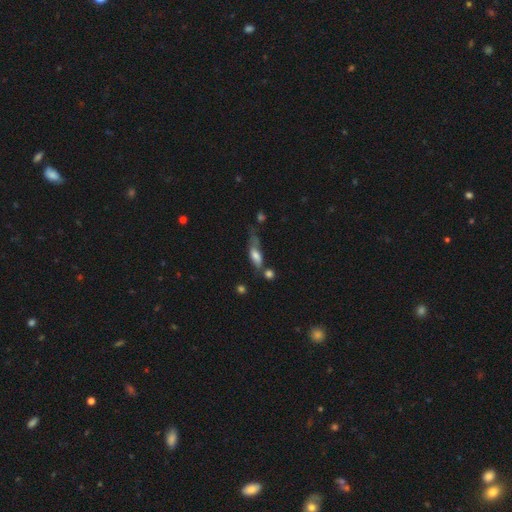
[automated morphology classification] type=smooth (64%); roundness=in between (61%); merging=none (31%).